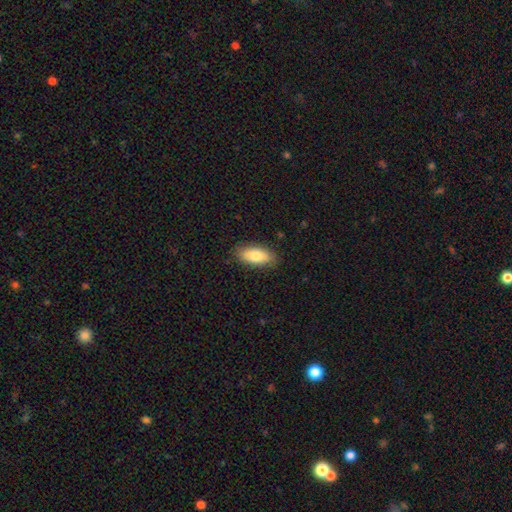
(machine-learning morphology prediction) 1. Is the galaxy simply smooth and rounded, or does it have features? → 78% smooth, 16% featured or disk, 6% star or artifact.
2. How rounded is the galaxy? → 87% in between, 10% cigar-shaped, 3% round.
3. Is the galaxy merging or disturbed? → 86% none, 11% minor disturbance, 2% major disturbance, 1% merger.